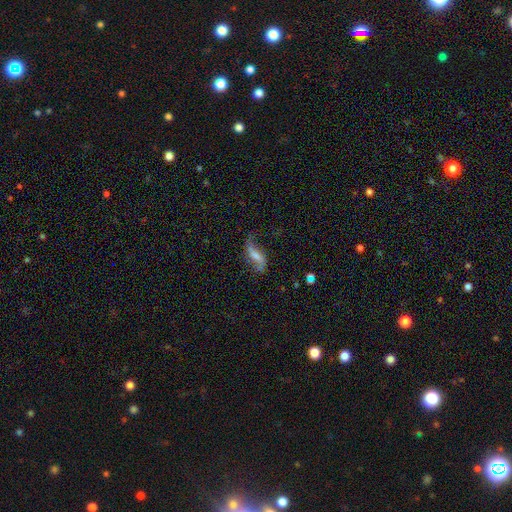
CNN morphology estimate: smooth_or_featured: featured or disk (p=0.72) [alt: smooth p=0.19]
disk_edge_on: no (p=0.89) [alt: yes p=0.11]
bar: weak (p=0.39) [alt: strong p=0.34]
has_spiral_arms: yes (p=0.91) [alt: no p=0.09]
spiral_winding: loose (p=0.79) [alt: medium p=0.16]
spiral_arm_count: 2 (p=0.87) [alt: 1 p=0.06]
bulge_size: small (p=0.39) [alt: moderate p=0.33]
merging: none (p=0.60) [alt: minor disturbance p=0.22]